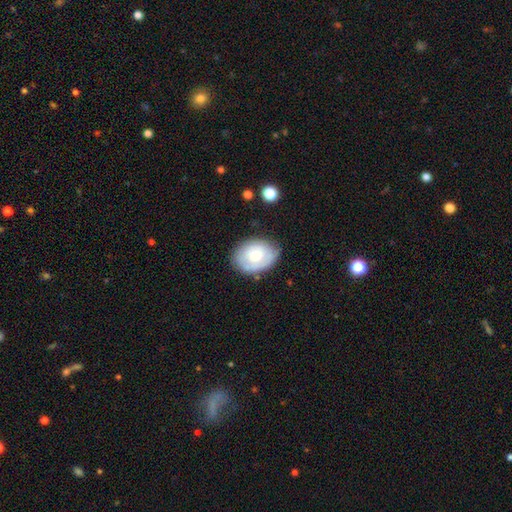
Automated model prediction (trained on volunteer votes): Q: Smooth or featured?
A: smooth (63%); runner-up: featured or disk (30%)
Q: How rounded?
A: in between (69%); runner-up: round (30%)
Q: Merging?
A: none (69%); runner-up: minor disturbance (23%)